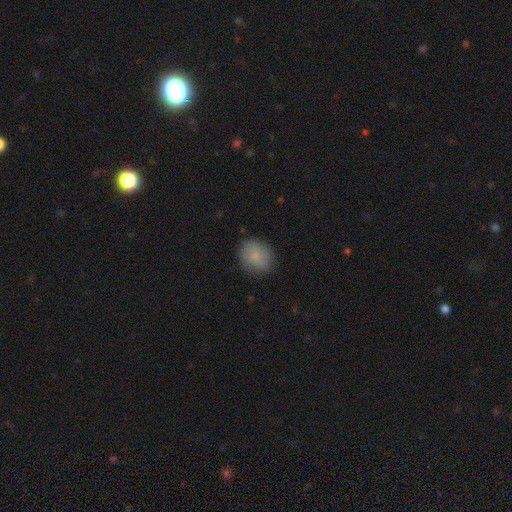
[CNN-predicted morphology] Smooth or featured: smooth — 84% (featured or disk — 8%)
How rounded: round — 72% (in between — 27%)
Merging: none — 83% (minor disturbance — 13%)